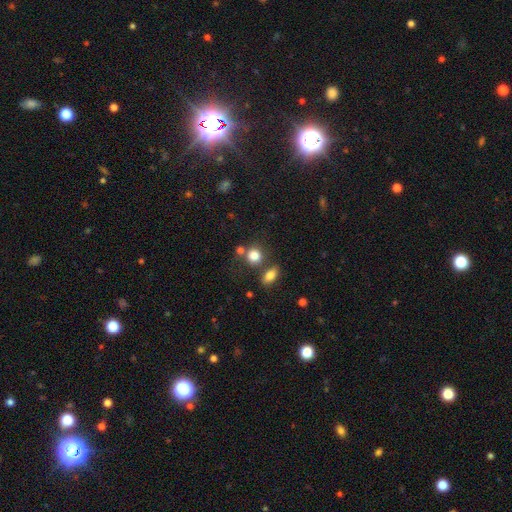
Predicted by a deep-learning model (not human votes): Smooth or featured? smooth (54%)
How rounded? round (62%)
Merging? none (69%)